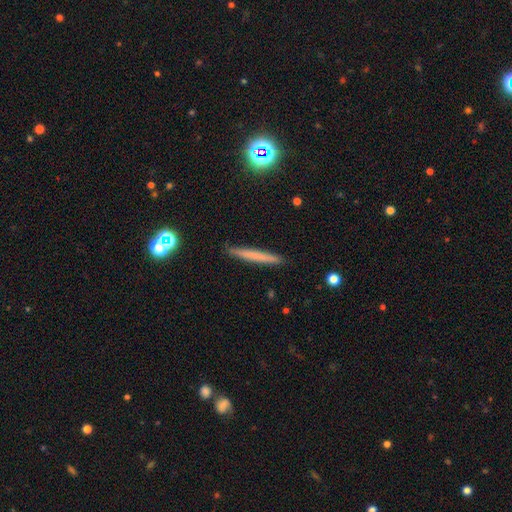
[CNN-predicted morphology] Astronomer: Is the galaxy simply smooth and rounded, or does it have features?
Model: smooth — 63%.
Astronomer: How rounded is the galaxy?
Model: cigar-shaped — 96%.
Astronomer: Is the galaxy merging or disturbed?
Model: none — 90%.